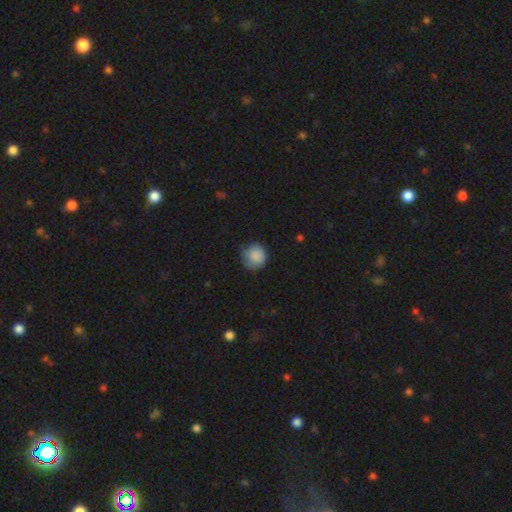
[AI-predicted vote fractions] A smooth galaxy with no disk features (86%) that is round (89%). Merging: none (68%).